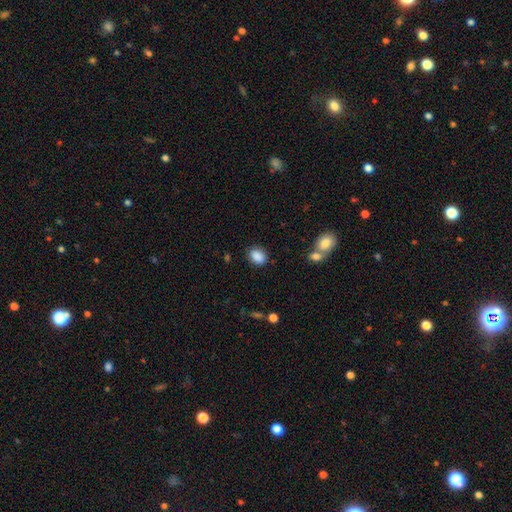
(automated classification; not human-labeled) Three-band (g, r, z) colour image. It shows a smooth galaxy with no disk features (88%) that is in between round and cigar-shaped (69%). Merging: none (84%).